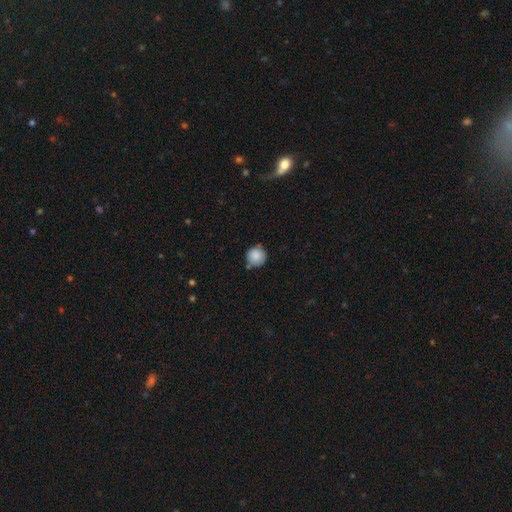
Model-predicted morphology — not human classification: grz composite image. It shows a smooth galaxy with no disk features (87%) that is round (94%). Merging: none (70%).